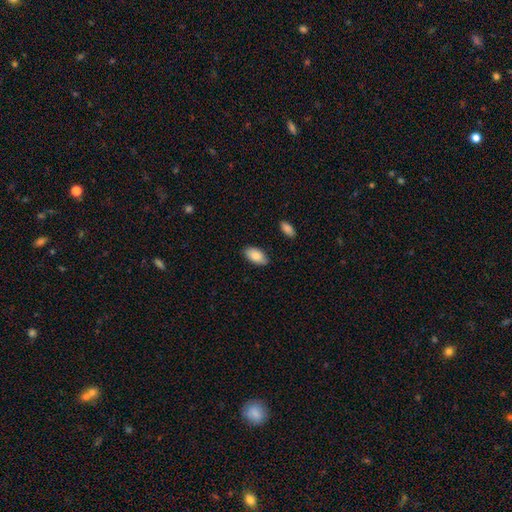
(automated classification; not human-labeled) smooth_or_featured: smooth (p=0.86) [alt: featured or disk p=0.07]
how_rounded: in between (p=0.94) [alt: cigar-shaped p=0.03]
merging: none (p=0.85) [alt: minor disturbance p=0.11]